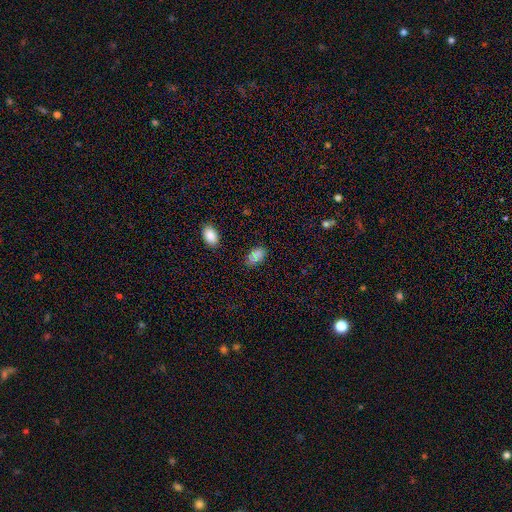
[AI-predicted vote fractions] A smooth galaxy with no disk features (78%) that is in between round and cigar-shaped (91%).

Vote fractions:
- Smooth or featured? smooth: 78% / star or artifact: 15% / featured or disk: 7%
- How rounded? in between: 91% / round: 7% / cigar-shaped: 2%
- Merging? none: 82% / minor disturbance: 13% / major disturbance: 3% / merger: 2%